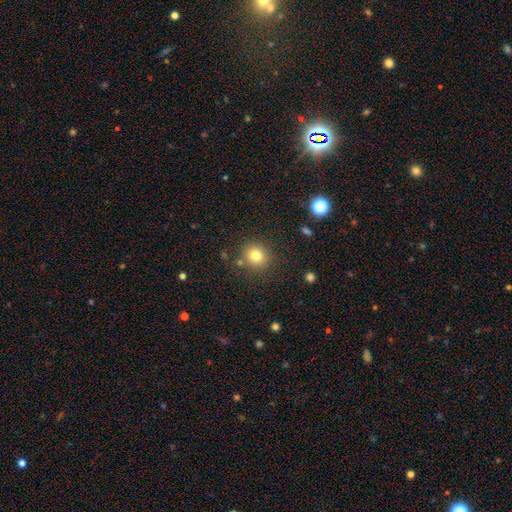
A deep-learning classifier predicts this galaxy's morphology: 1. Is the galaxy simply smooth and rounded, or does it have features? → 79% smooth, 13% star or artifact, 7% featured or disk.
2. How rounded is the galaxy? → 89% round, 11% in between, 1% cigar-shaped.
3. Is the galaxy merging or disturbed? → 84% none, 9% minor disturbance, 4% merger, 3% major disturbance.